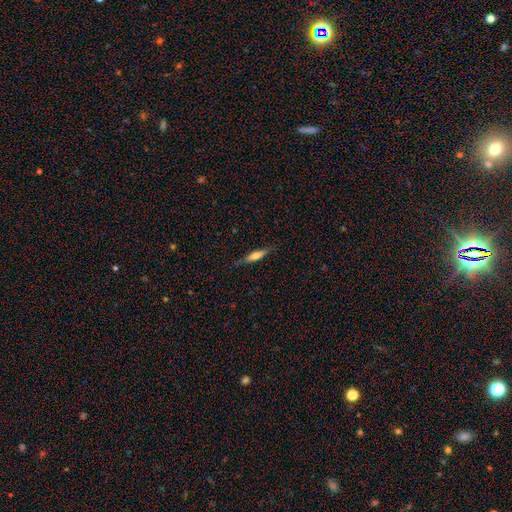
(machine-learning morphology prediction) The model was most divided on "smooth or featured": smooth: 55%, featured or disk: 38%, star or artifact: 7%. More confident: merging — none (82%); how rounded — cigar-shaped (79%).